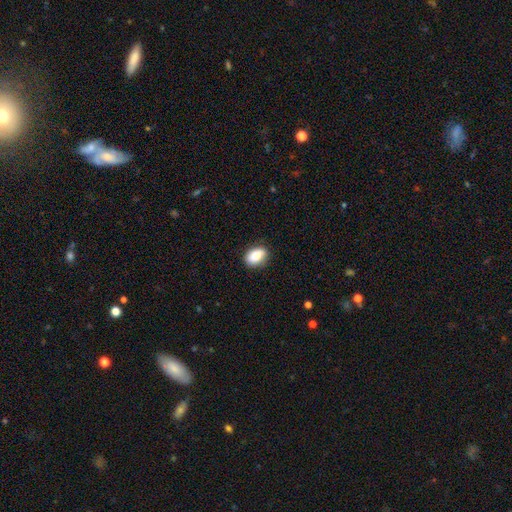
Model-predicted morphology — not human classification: Overall: smooth (86%). How rounded: in between (83%). Merging: none (81%).